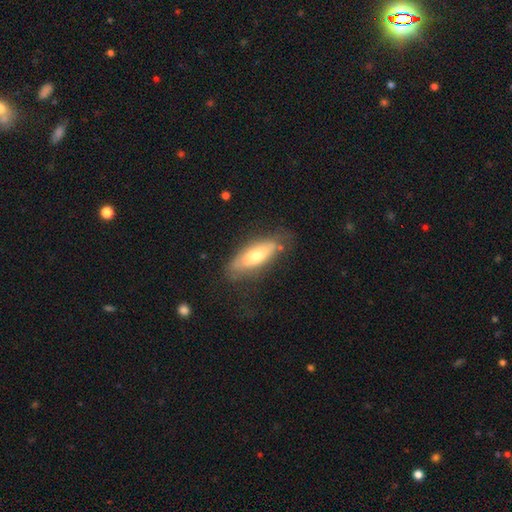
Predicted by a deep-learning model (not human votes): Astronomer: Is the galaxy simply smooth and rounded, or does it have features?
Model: smooth — 56% (runner-up: featured or disk, 38%).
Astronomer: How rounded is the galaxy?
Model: in between — 58% (runner-up: cigar-shaped, 40%).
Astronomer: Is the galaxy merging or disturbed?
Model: none — 69%.